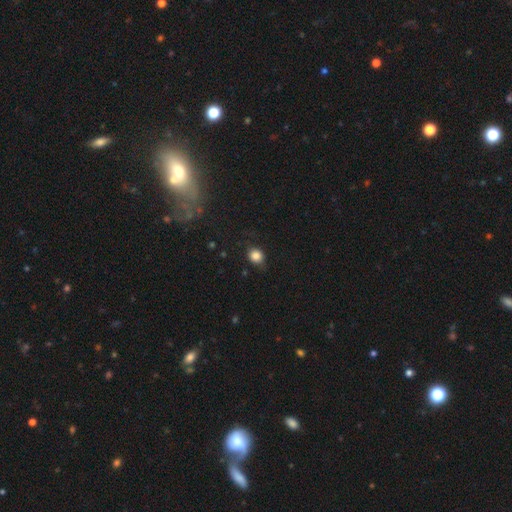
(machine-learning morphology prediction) smooth 83%, star or artifact 11%, featured or disk 6%. Down the decision tree: how rounded — round (67%); merging — none (74%).